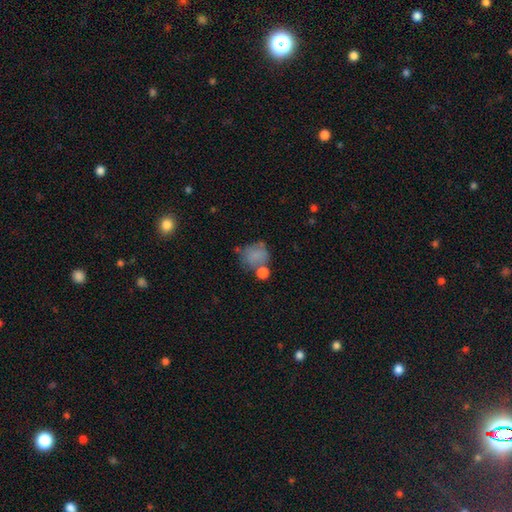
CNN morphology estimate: This is likely a smooth galaxy (75%). How rounded: likely round (71%). Merging: possibly none (46%).